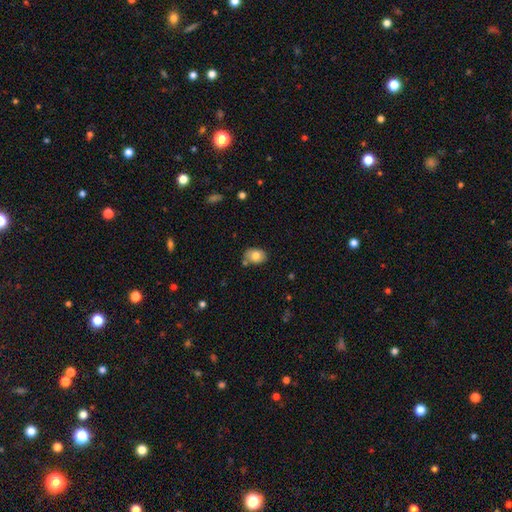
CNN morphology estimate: smooth-or-featured: smooth: 77% | featured or disk: 14% | star or artifact: 8%
  how-rounded: in between: 69% | round: 30% | cigar-shaped: 1%
  merging: none: 69% | minor disturbance: 19% | merger: 9% | major disturbance: 4%